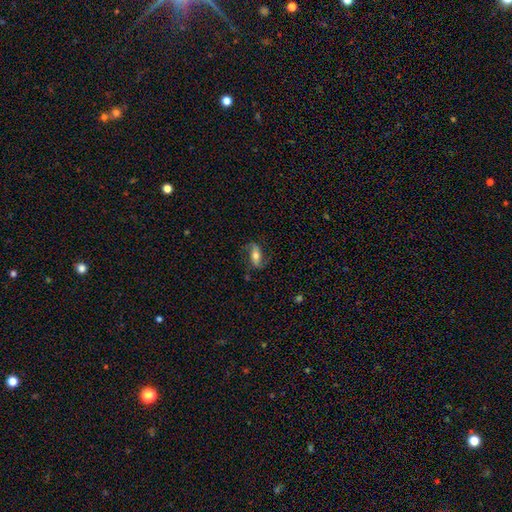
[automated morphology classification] Smooth or featured?
  - featured or disk: 61% *
  - smooth: 32%
  - star or artifact: 7%
Edge-on disk?
  - no: 85% *
  - yes: 15%
Bar?
  - strong: 40% *
  - no: 33%
  - weak: 26%
Spiral arms?
  - yes: 86% *
  - no: 14%
Bulge size?
  - moderate: 63% *
  - small: 23%
  - large: 11%
  - none: 2%
  - dominant: 2%
Merging?
  - none: 70% *
  - minor disturbance: 18%
  - major disturbance: 10%
  - merger: 2%